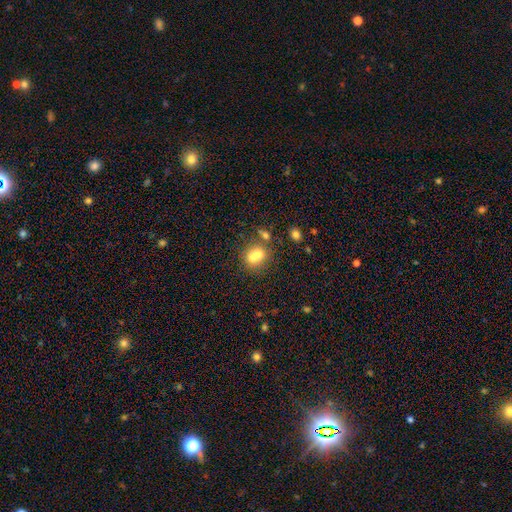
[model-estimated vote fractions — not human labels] A smooth galaxy with no disk features (69%) that is round (62%). Merging: merger (52%).